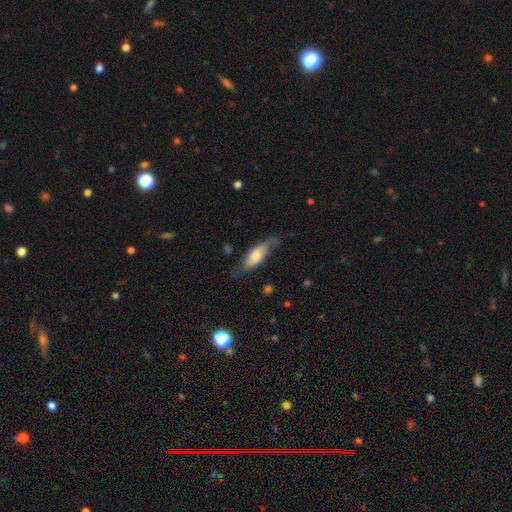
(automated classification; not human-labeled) A smooth galaxy with no disk features (59%) that is in between round and cigar-shaped (64%). Merging: none (57%).